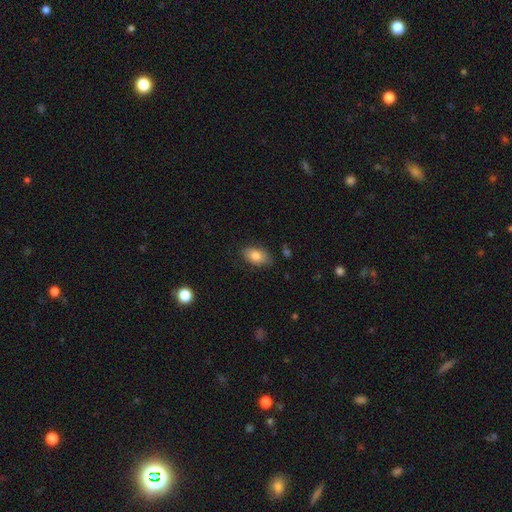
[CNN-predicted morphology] smooth_or_featured: smooth (p=0.81) [alt: featured or disk p=0.11]
how_rounded: in between (p=0.90) [alt: round p=0.08]
merging: none (p=0.80) [alt: minor disturbance p=0.16]